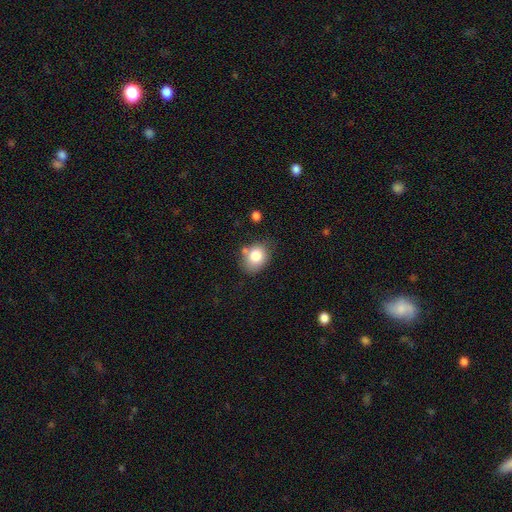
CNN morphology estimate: Smooth or featured?
  - smooth: 80% *
  - featured or disk: 10%
  - star or artifact: 9%
How rounded?
  - in between: 51% *
  - round: 48%
  - cigar-shaped: 1%
Merging?
  - none: 66% *
  - minor disturbance: 20%
  - merger: 9%
  - major disturbance: 5%